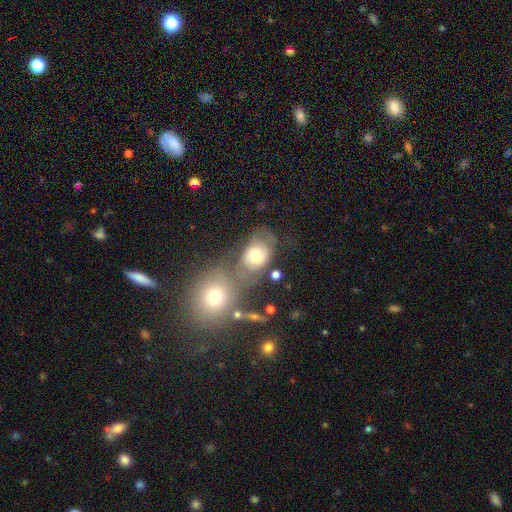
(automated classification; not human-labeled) Smooth or featured?
  - smooth: 59% *
  - featured or disk: 29%
  - star or artifact: 11%
How rounded?
  - in between: 65% *
  - round: 34%
  - cigar-shaped: 1%
Merging?
  - none: 40% *
  - merger: 31%
  - minor disturbance: 17%
  - major disturbance: 12%